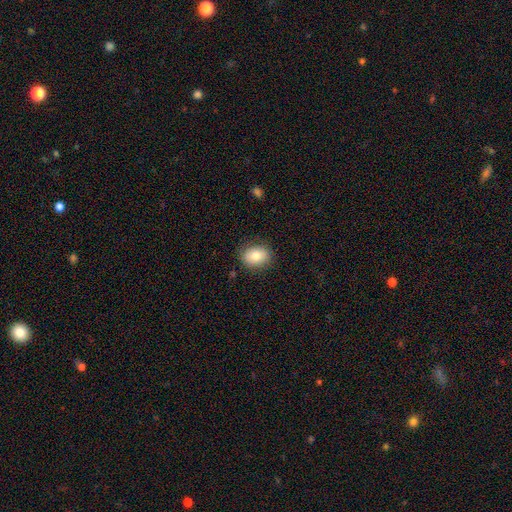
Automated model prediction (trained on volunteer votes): The model was most divided on "how rounded": in between: 58%, round: 41%, cigar-shaped: 1%. More confident: merging — none (85%); smooth or featured — smooth (79%).